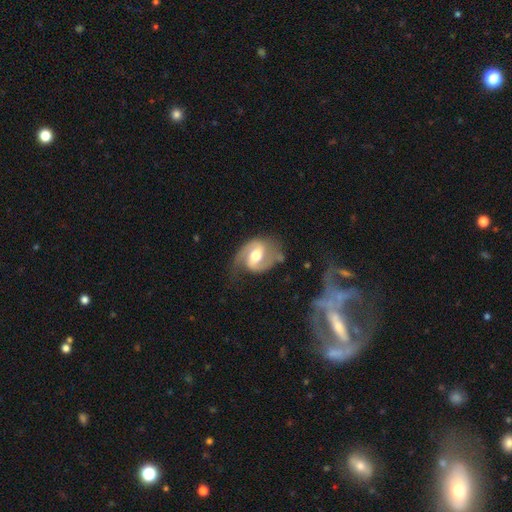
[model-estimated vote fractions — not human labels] Smooth or featured? Predicted: featured or disk (p=0.83). Edge-on disk? Predicted: no (p=0.97). Bar? Predicted: weak (p=0.47). Spiral arms? Predicted: yes (p=0.94). Spiral winding? Predicted: medium (p=0.50). Spiral arm count? Predicted: 2 (p=0.81). Bulge size? Predicted: moderate (p=0.67). Merging? Predicted: none (p=0.59).